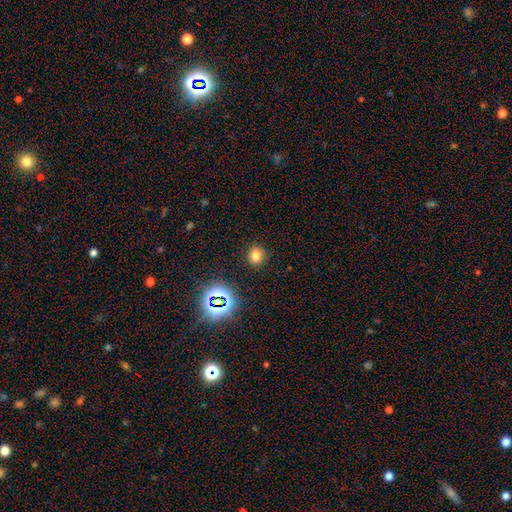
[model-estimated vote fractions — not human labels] The model was most divided on "how rounded": round: 69%, in between: 30%, cigar-shaped: 1%. More confident: merging — none (87%); smooth or featured — smooth (73%).